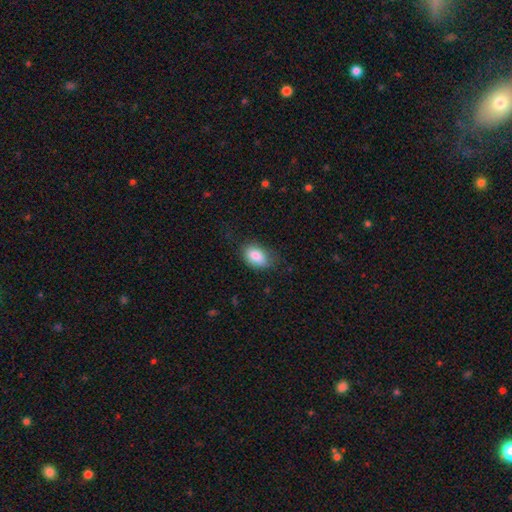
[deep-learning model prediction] Overall: smooth (85%). How rounded: in between (86%). Merging: none (69%).